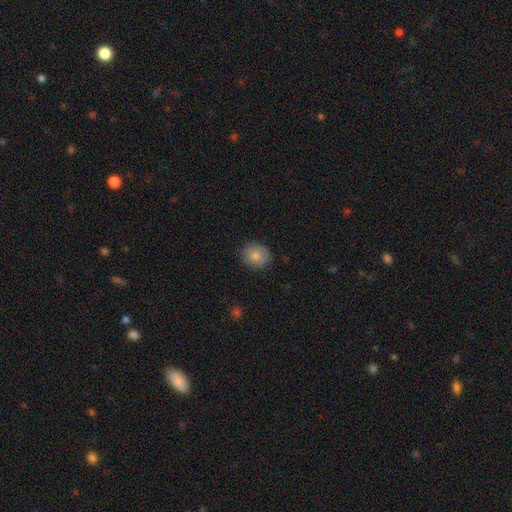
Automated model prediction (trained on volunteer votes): Smooth or featured? smooth (81%)
How rounded? round (78%)
Merging? none (85%)